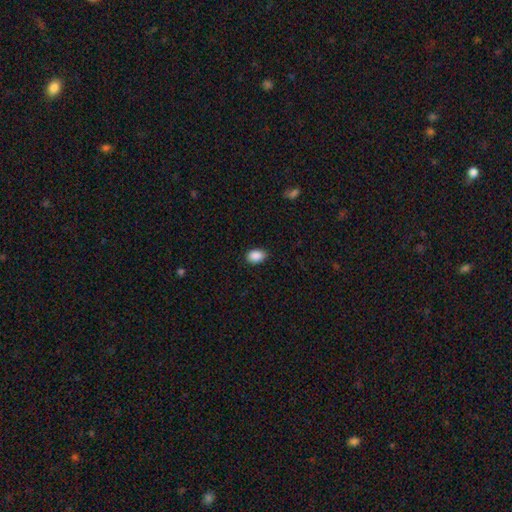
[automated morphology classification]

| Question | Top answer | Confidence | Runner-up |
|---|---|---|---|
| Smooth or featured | smooth | 90% | star or artifact (8%) |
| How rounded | in between | 85% | round (14%) |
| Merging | none | 86% | minor disturbance (11%) |